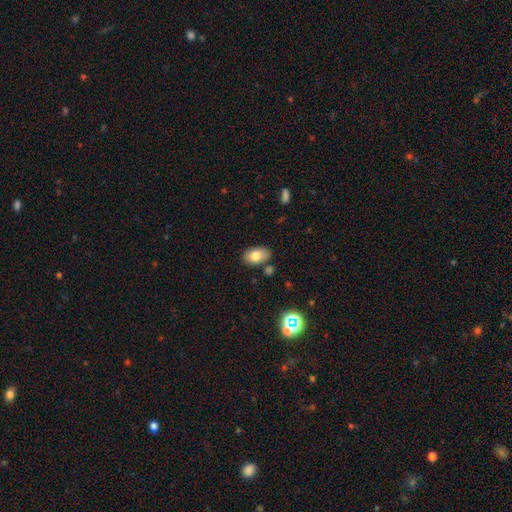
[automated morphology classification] This is likely a smooth galaxy (77%). How rounded: clearly in between (90%). Merging: likely none (77%).